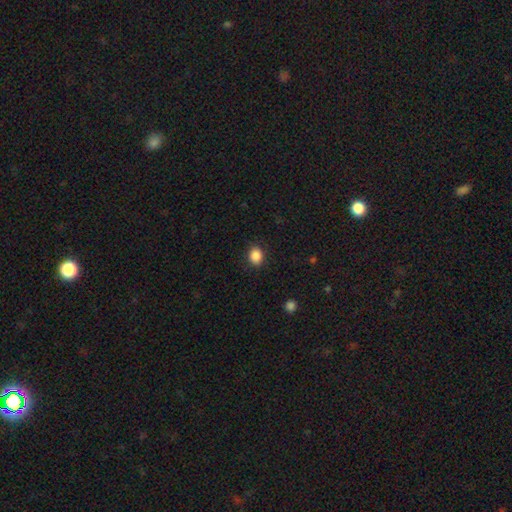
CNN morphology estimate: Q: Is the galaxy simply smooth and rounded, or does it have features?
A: smooth — 88%.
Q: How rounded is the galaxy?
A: in between — 50%.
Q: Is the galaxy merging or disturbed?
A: none — 87%.